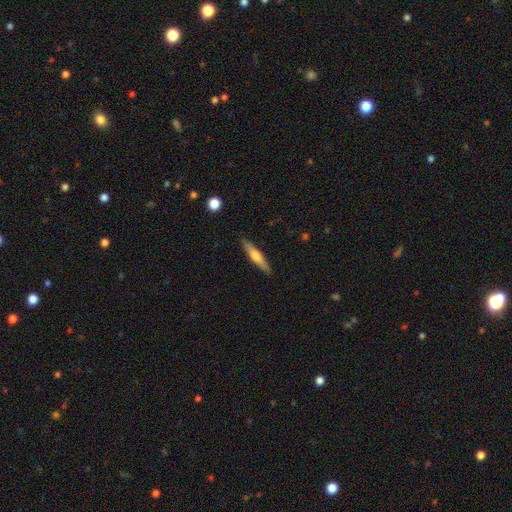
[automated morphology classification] The model was most divided on "smooth or featured": smooth: 49%, featured or disk: 46%, star or artifact: 6%. More confident: merging — none (89%).